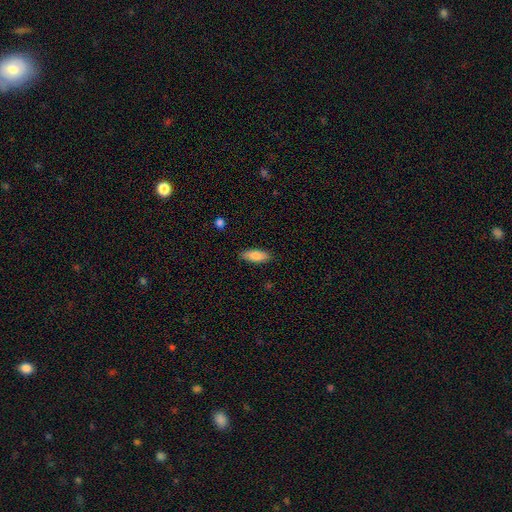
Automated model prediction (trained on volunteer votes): Morphology: type=smooth (83%); roundness=in between (74%); merging=none (87%).